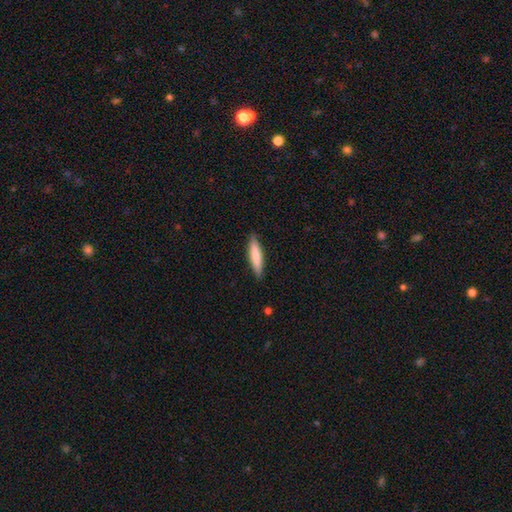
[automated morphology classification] Smooth or featured? smooth (80%)
How rounded? cigar-shaped (83%)
Merging? none (88%)